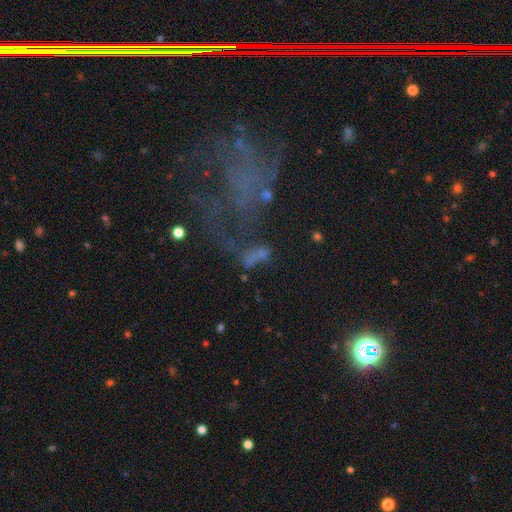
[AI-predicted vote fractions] Smooth or featured? smooth (40%)
Merging? major disturbance (33%)